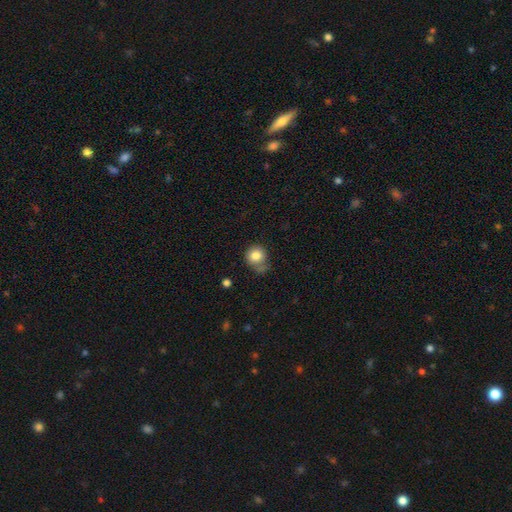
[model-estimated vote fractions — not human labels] Smooth or featured? Predicted: smooth (p=0.83). How rounded? Predicted: round (p=0.85). Merging? Predicted: none (p=0.57).